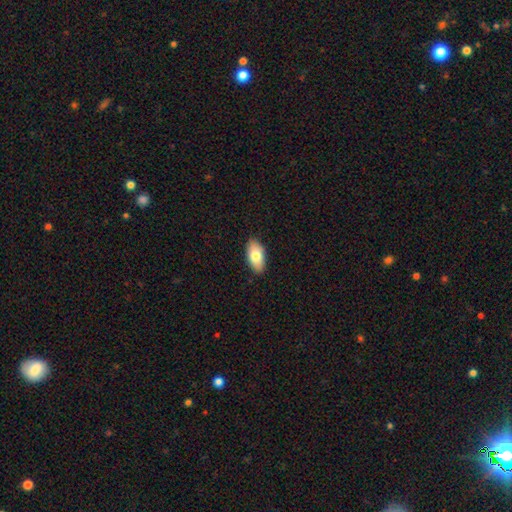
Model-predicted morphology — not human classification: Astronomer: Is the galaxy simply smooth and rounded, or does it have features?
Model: smooth — 78%.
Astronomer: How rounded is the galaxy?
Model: in between — 93%.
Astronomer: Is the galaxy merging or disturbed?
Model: none — 88%.